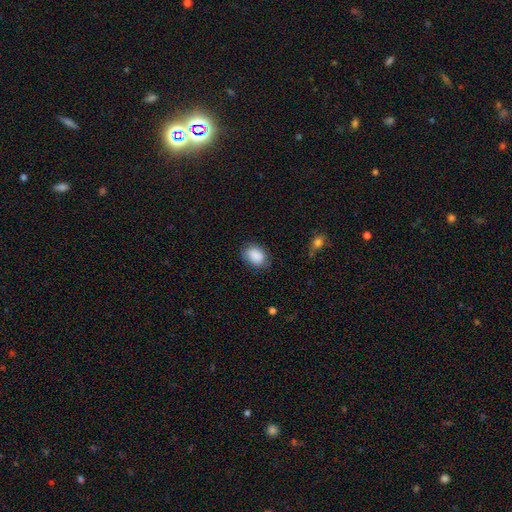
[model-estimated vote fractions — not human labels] Overall: smooth (89%). How rounded: in between (70%). Merging: none (79%).